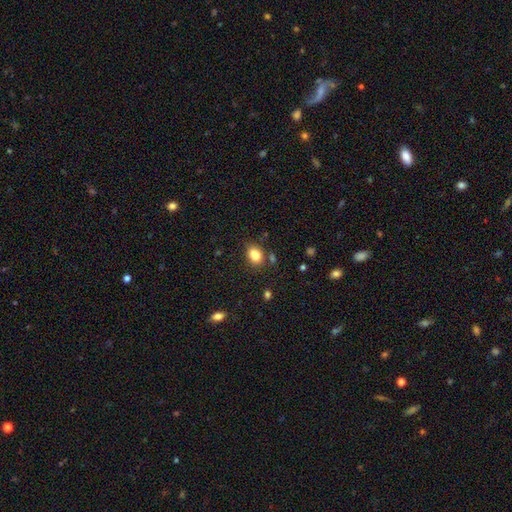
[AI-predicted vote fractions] smooth-or-featured: smooth: 84% | star or artifact: 10% | featured or disk: 6%
  how-rounded: in between: 73% | round: 26% | cigar-shaped: 1%
  merging: none: 74% | minor disturbance: 15% | merger: 7% | major disturbance: 4%